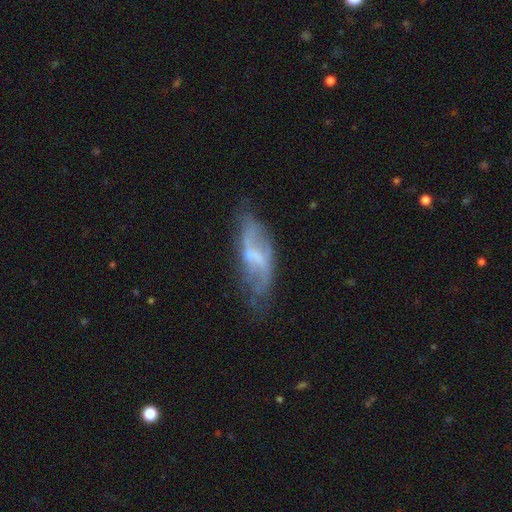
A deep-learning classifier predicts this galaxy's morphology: The model was most divided on "bar": weak: 45%, no: 33%, strong: 22%. Remaining: edge-on disk — no (83%); smooth or featured — featured or disk (66%); spiral arms — yes (62%); merging — none (54%); bulge size — small (46%).